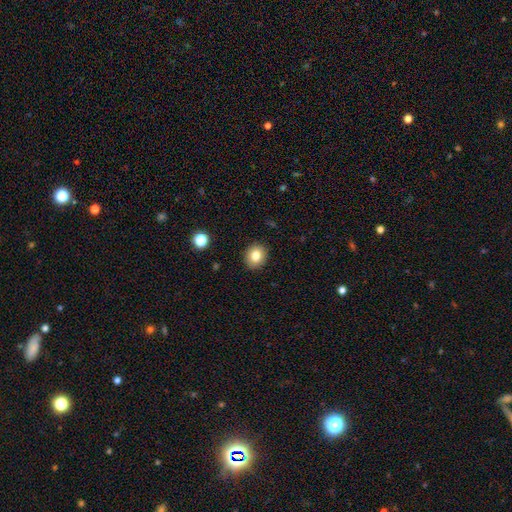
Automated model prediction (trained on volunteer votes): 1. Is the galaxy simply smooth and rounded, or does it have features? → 81% smooth, 10% star or artifact, 9% featured or disk.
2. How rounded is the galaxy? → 72% round, 27% in between, 1% cigar-shaped.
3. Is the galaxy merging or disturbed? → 91% none, 6% minor disturbance, 2% major disturbance, 1% merger.